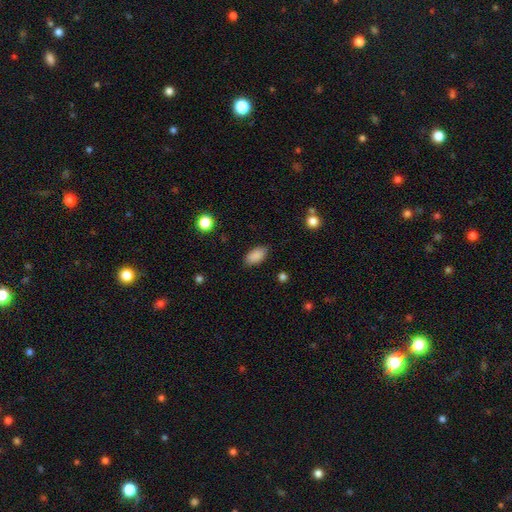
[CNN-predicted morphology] This appears to be a smooth galaxy with no disk features (88%) that is in between round and cigar-shaped (92%). Merging: none (83%).